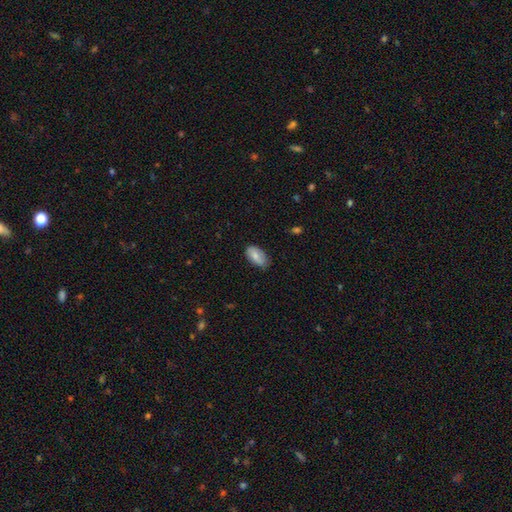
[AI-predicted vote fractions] Overall: smooth (73%). How rounded: in between (94%). Merging: none (74%).